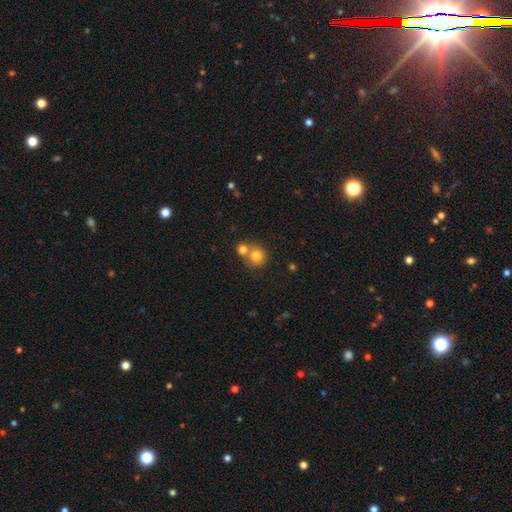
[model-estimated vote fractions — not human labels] smooth_or_featured: smooth (p=0.79) [alt: featured or disk p=0.11]
how_rounded: round (p=0.87) [alt: in between p=0.12]
merging: none (p=0.46) [alt: merger p=0.45]